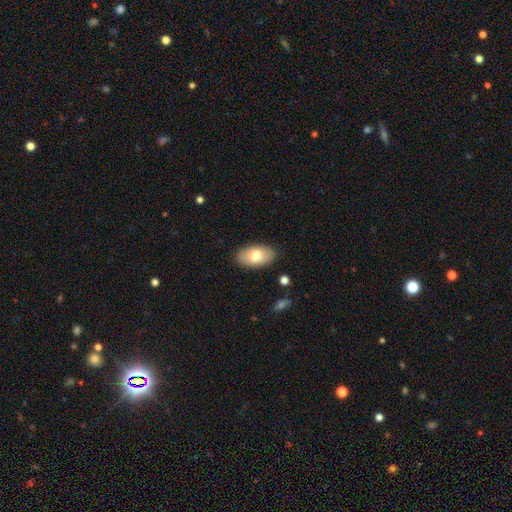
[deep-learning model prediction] This is likely a smooth galaxy (75%). How rounded: clearly in between (94%). Merging: clearly none (87%).